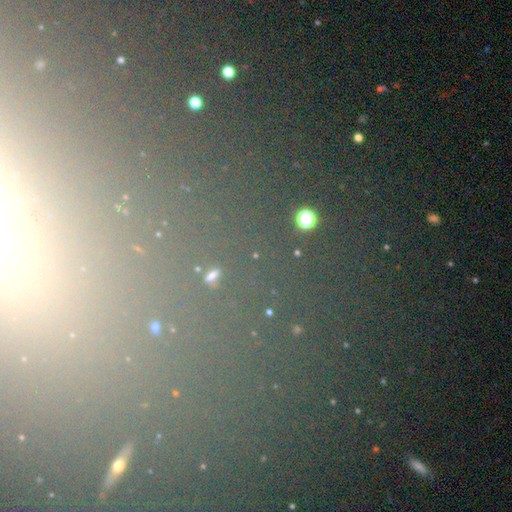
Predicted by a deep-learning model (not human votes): This is likely a star or artifact rather than a galaxy (69%).